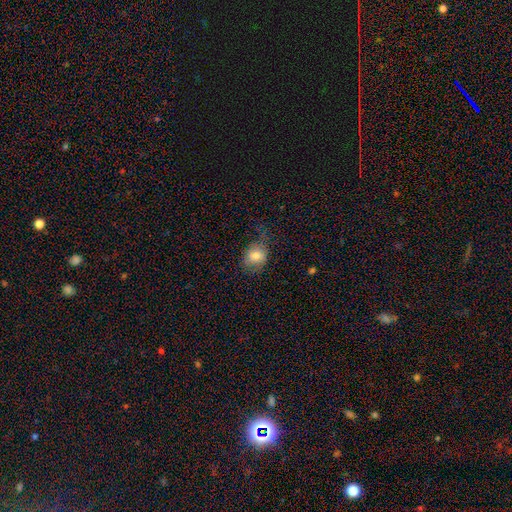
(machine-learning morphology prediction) This appears to be a smooth galaxy with no disk features (77%) that is round (51%). Merging: none (45%).